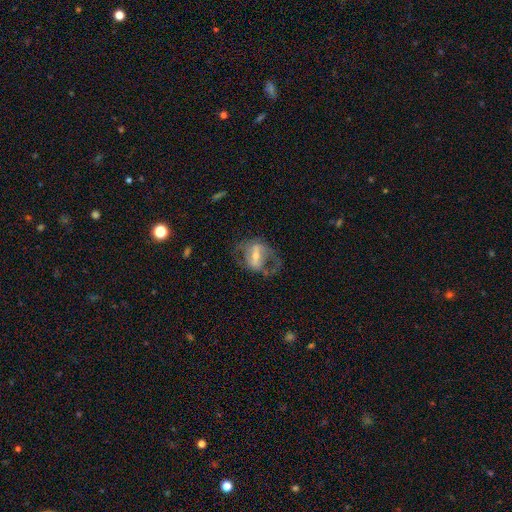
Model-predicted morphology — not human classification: This appears to be a featured or disk galaxy (74%) with a strong bar (52%), spiral arms (64%) and a moderate central bulge (52%). Merging: none (50%).